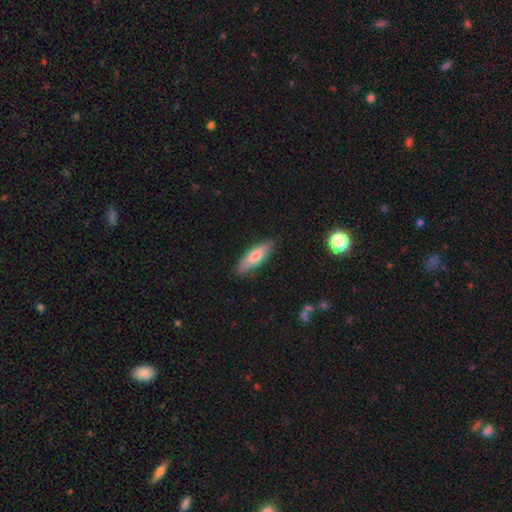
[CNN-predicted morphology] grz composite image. It shows a smooth galaxy with no disk features (72%) that is in between round and cigar-shaped (56%). Merging: none (84%).